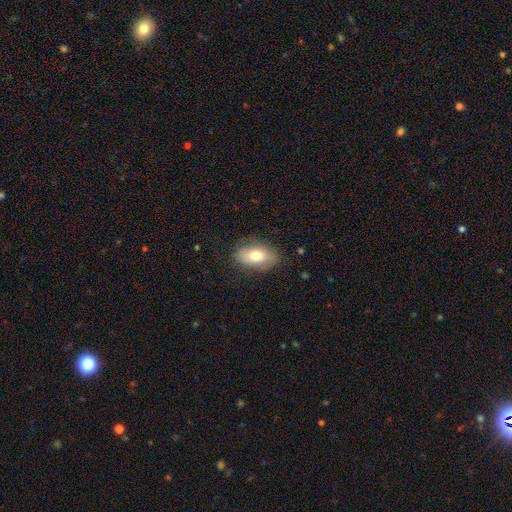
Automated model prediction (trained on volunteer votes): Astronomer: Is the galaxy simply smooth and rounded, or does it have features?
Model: smooth — 74%.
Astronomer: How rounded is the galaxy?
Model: in between — 91%.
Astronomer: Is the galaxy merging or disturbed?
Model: none — 79%.